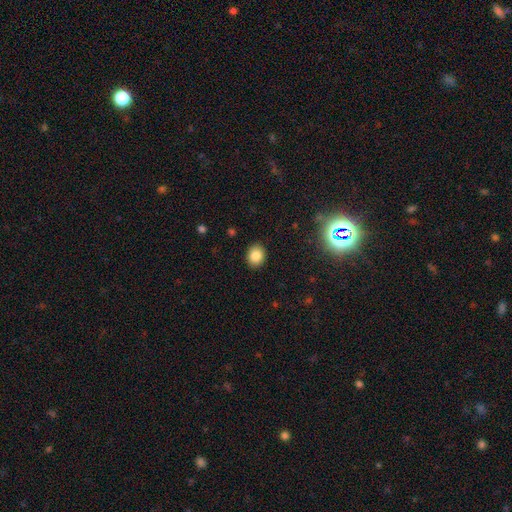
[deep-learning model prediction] A smooth galaxy with no disk features (84%) that is round (59%). Merging: none (90%).